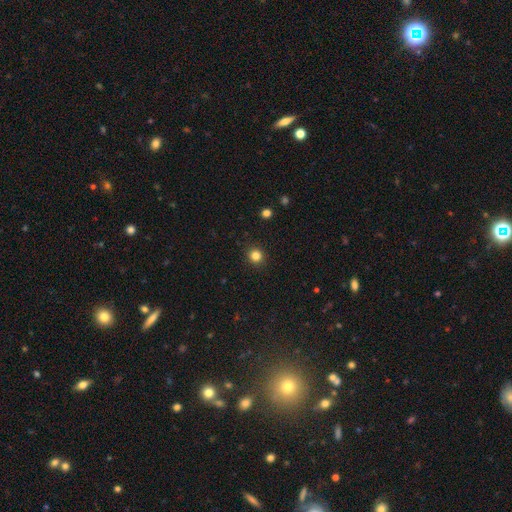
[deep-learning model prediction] Q: Smooth or featured?
A: smooth (83%); runner-up: star or artifact (13%)
Q: How rounded?
A: round (91%); runner-up: in between (8%)
Q: Merging?
A: none (92%); runner-up: minor disturbance (5%)